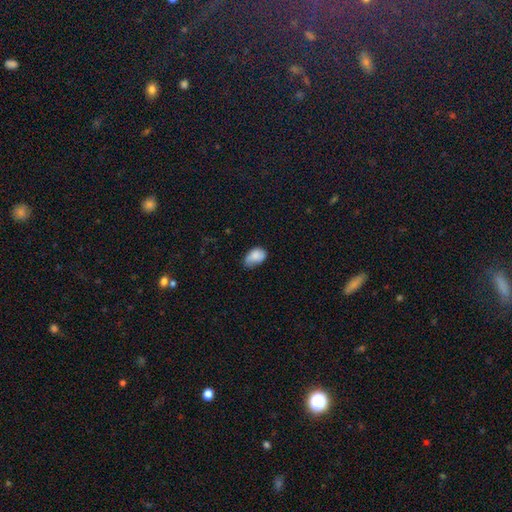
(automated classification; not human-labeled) smooth_or_featured: smooth (p=0.82) [alt: featured or disk p=0.11]
how_rounded: in between (p=0.85) [alt: round p=0.13]
merging: none (p=0.44) [tied with: minor disturbance p=0.44]